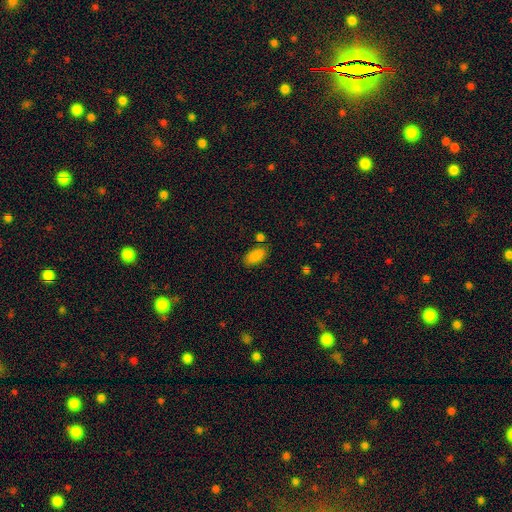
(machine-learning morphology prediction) Overall: smooth (88%). How rounded: in between (93%). Merging: none (77%).